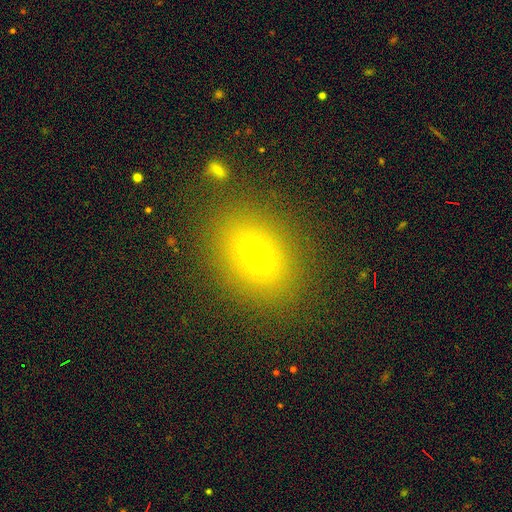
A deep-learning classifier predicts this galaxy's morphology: This is likely a smooth galaxy (64%). How rounded: possibly in between (54%). Merging: clearly none (87%).